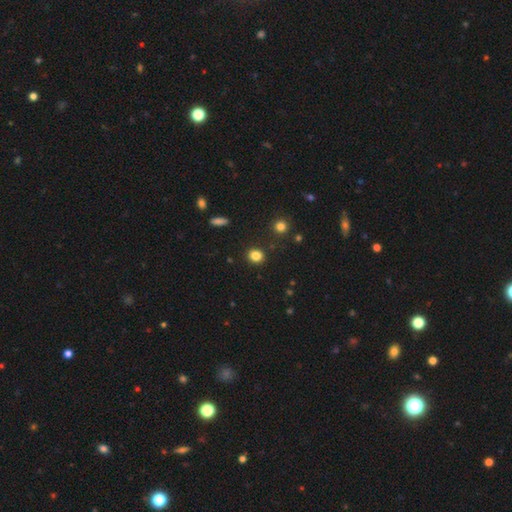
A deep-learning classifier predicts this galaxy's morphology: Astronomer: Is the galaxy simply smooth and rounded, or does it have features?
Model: smooth — 83%.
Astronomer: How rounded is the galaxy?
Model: round — 74%.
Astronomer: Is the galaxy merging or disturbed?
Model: none — 88%.